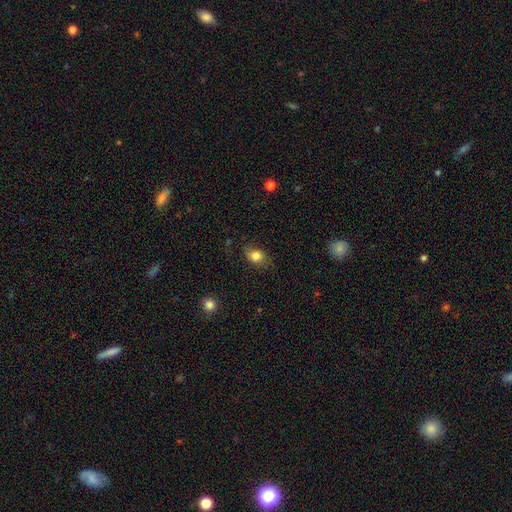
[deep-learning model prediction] Smooth or featured?
  - smooth: 82% *
  - star or artifact: 9%
  - featured or disk: 9%
How rounded?
  - in between: 61% *
  - round: 37%
  - cigar-shaped: 1%
Merging?
  - none: 72% *
  - minor disturbance: 21%
  - major disturbance: 6%
  - merger: 1%